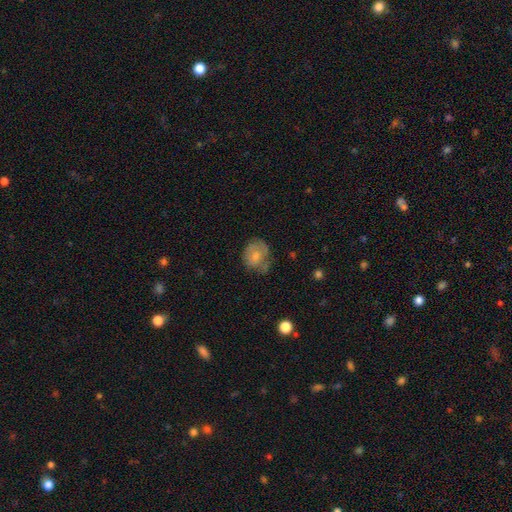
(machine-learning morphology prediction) Smooth or featured: smooth — 65% (featured or disk — 26%)
How rounded: round — 56% (in between — 43%)
Merging: none — 47% (minor disturbance — 33%)